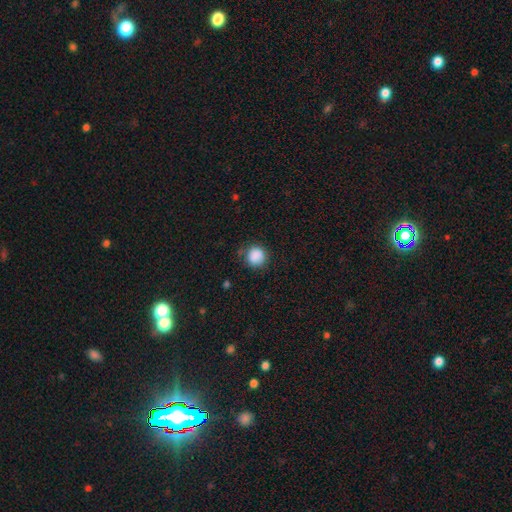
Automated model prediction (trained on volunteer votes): A smooth galaxy with no disk features (88%) that is round (91%). Merging: none (80%).